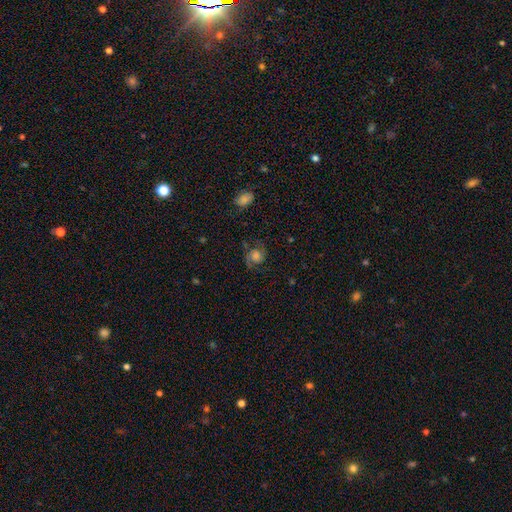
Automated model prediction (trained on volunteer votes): Morphology: type=featured or disk (60%); edge-on=no (97%); bar=no (69%); spiral arms=yes (92%); winding=medium (49%); arm count=2 (87%); bulge=large (32%); merging=none (69%).